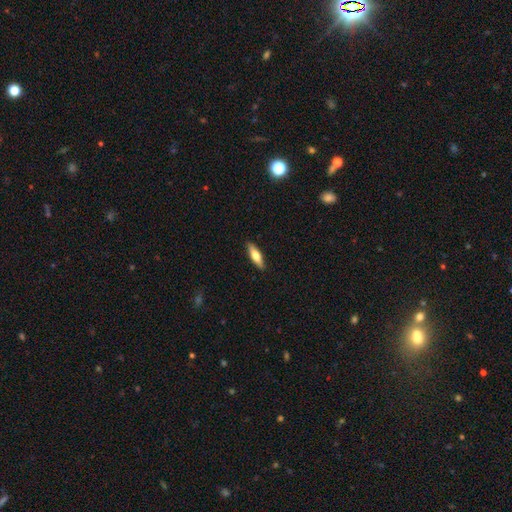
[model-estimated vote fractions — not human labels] This appears to be a smooth galaxy with no disk features (63%) that is cigar-shaped (61%). Merging: none (90%).